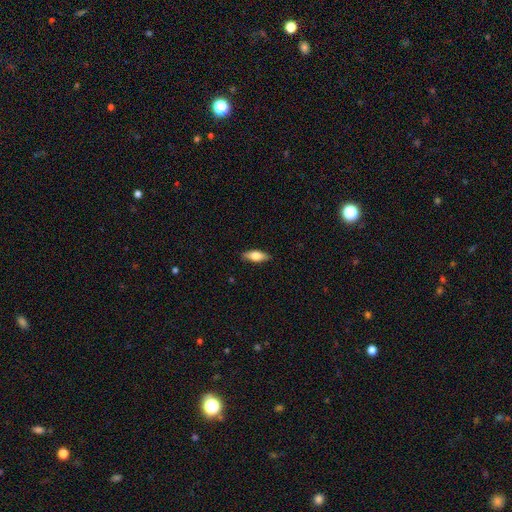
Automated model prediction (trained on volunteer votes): This appears to be a smooth galaxy with no disk features (71%) that is in between round and cigar-shaped (73%). Merging: none (87%).